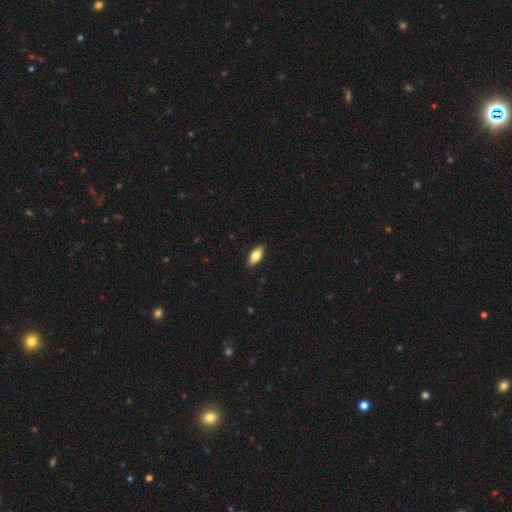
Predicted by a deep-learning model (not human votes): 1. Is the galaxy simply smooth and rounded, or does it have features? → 72% smooth, 22% featured or disk, 6% star or artifact.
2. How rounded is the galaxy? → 84% in between, 13% cigar-shaped, 3% round.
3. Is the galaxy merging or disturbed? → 88% none, 9% minor disturbance, 2% major disturbance, 1% merger.